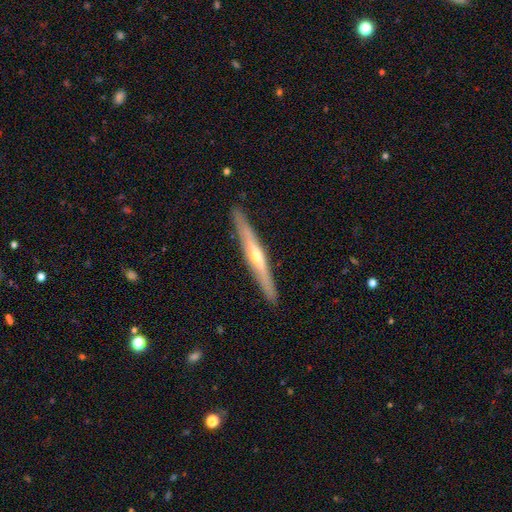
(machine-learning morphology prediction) Q: Smooth or featured?
A: featured or disk (73%); runner-up: smooth (21%)
Q: Edge-on disk?
A: yes (96%); runner-up: no (4%)
Q: Edge-on bulge?
A: rounded (81%); runner-up: none (16%)
Q: Merging?
A: none (91%); runner-up: minor disturbance (7%)